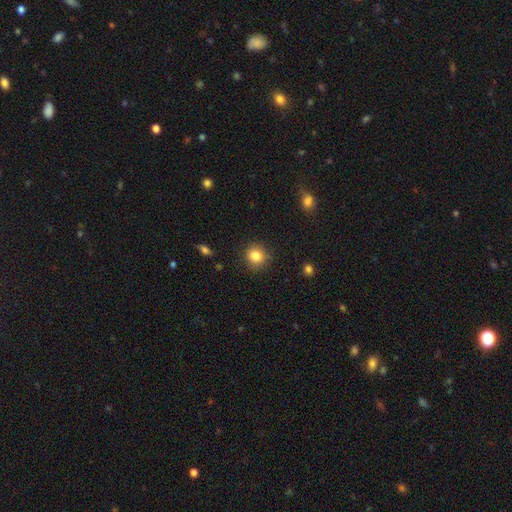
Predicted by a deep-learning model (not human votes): Smooth or featured: smooth — 84% (star or artifact — 10%)
How rounded: round — 89% (in between — 10%)
Merging: none — 88% (minor disturbance — 8%)